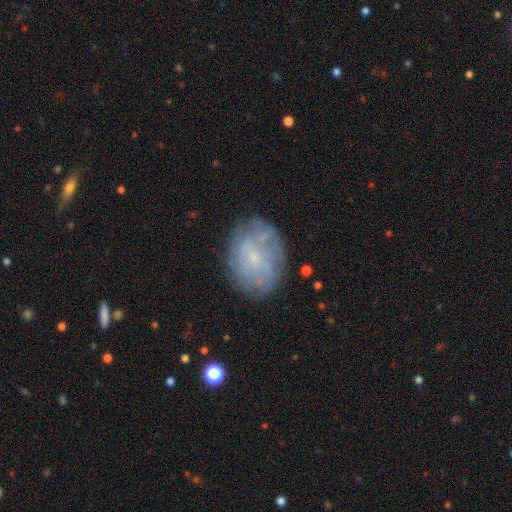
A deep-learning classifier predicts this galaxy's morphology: The model was most divided on "smooth or featured": featured or disk: 47%, smooth: 39%, star or artifact: 14%. More confident: merging — none (76%).